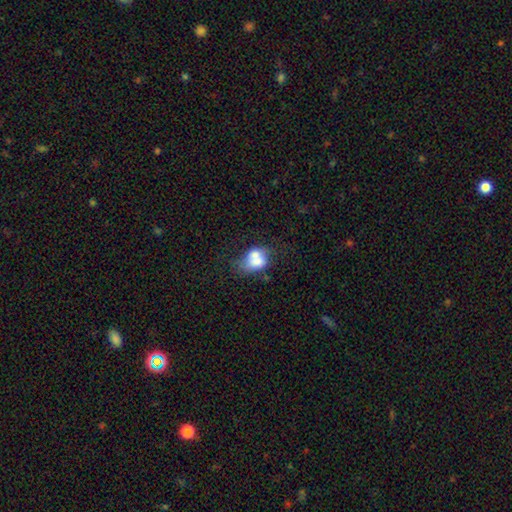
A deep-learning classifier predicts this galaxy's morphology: smooth_or_featured: smooth (p=0.64) [alt: featured or disk p=0.25]
how_rounded: in between (p=0.57) [alt: round p=0.42]
merging: merger (p=0.52) [alt: none p=0.27]